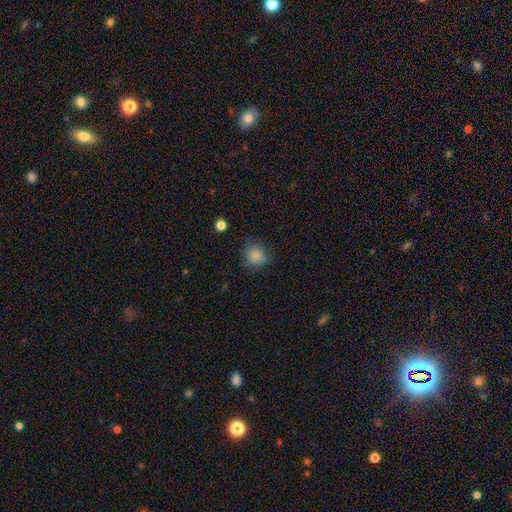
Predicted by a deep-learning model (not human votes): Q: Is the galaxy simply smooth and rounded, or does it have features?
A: smooth — 84%.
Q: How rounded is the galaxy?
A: round — 84%.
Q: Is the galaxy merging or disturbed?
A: none — 78%.